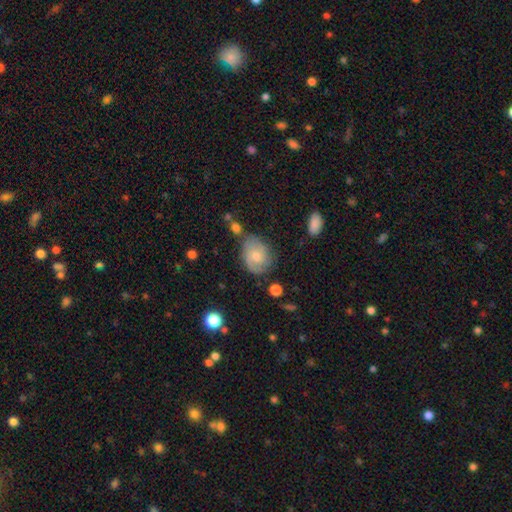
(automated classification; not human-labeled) smooth_or_featured: featured or disk (p=0.51) [alt: smooth p=0.41]
disk_edge_on: no (p=0.96) [alt: yes p=0.04]
merging: none (p=0.56) [alt: minor disturbance p=0.26]